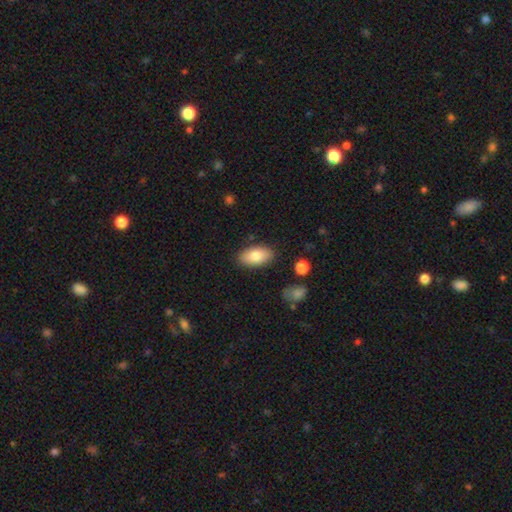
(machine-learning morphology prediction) type=smooth (82%); roundness=in between (93%); merging=none (85%).